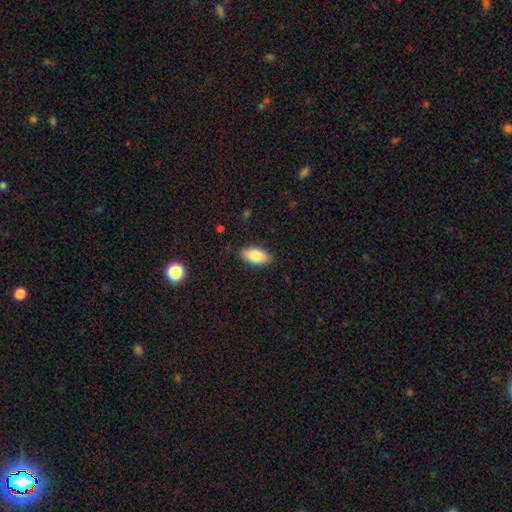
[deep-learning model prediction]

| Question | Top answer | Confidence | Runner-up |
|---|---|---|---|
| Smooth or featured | smooth | 84% | featured or disk (9%) |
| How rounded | in between | 91% | cigar-shaped (6%) |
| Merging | none | 86% | minor disturbance (10%) |